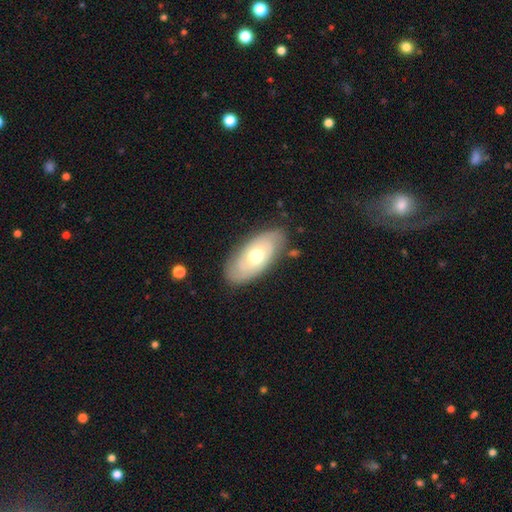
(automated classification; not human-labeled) Q: Smooth or featured?
A: featured or disk (57%); runner-up: smooth (37%)
Q: Edge-on disk?
A: no (88%); runner-up: yes (12%)
Q: Bar?
A: no (82%); runner-up: weak (15%)
Q: Spiral arms?
A: yes (61%); runner-up: no (39%)
Q: Bulge size?
A: moderate (75%); runner-up: small (12%)
Q: Merging?
A: none (79%); runner-up: minor disturbance (15%)